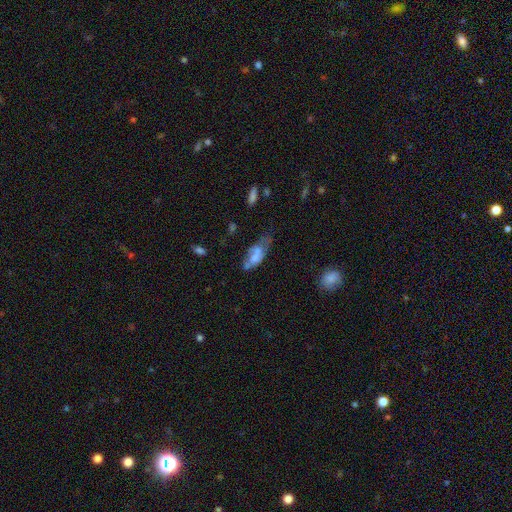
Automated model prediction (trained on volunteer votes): A smooth galaxy with no disk features (54%) that is in between round and cigar-shaped (78%). Merging: minor disturbance (28%).